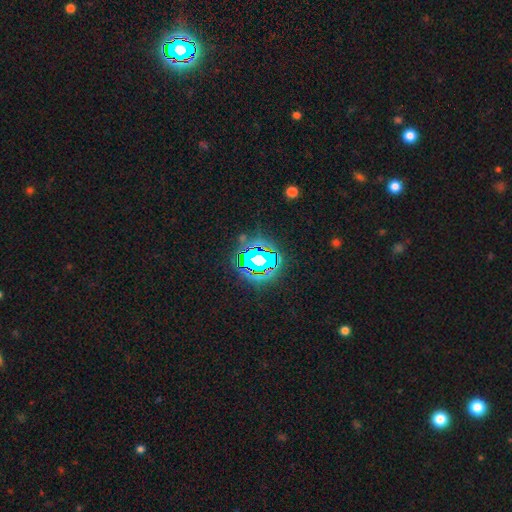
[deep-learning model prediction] star or artifact 81%, smooth 12%, featured or disk 7%.